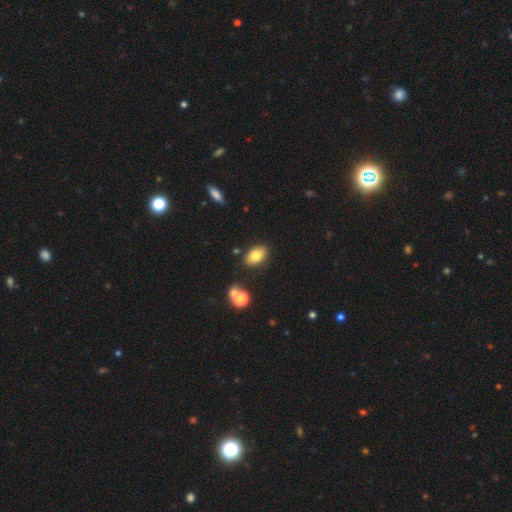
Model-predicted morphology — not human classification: Q: Smooth or featured?
A: smooth (79%); runner-up: featured or disk (12%)
Q: How rounded?
A: in between (88%); runner-up: round (11%)
Q: Merging?
A: none (82%); runner-up: minor disturbance (11%)